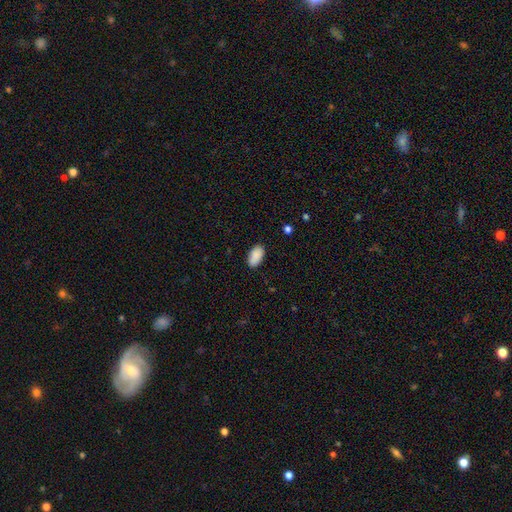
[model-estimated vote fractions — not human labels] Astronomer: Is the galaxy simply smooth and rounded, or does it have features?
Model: smooth — 90%.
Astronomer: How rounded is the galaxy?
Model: in between — 95%.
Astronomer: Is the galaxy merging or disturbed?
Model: none — 85%.